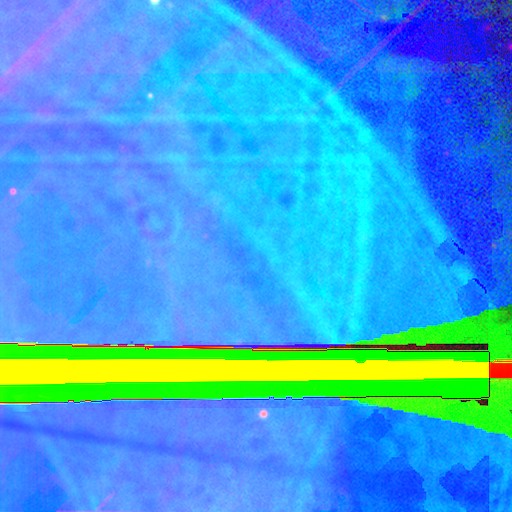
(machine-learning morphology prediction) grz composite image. It shows a star or artifact, not a galaxy (85%).